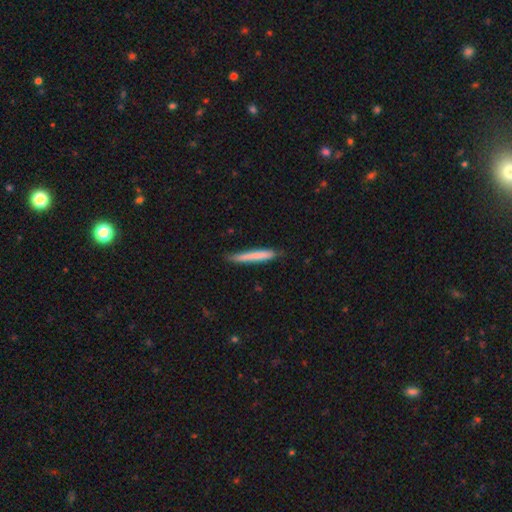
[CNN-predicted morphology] smooth 75%, featured or disk 19%, star or artifact 6%. Down the decision tree: how rounded — cigar-shaped (95%); merging — none (80%).